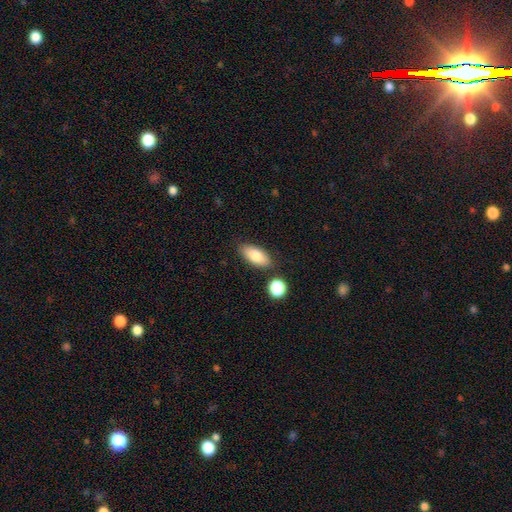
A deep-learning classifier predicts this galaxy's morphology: A smooth galaxy with no disk features (83%) that is in between round and cigar-shaped (87%).

Vote fractions:
- Smooth or featured? smooth: 83% / featured or disk: 10% / star or artifact: 7%
- How rounded? in between: 87% / cigar-shaped: 10% / round: 3%
- Merging? none: 80% / minor disturbance: 11% / merger: 6% / major disturbance: 3%